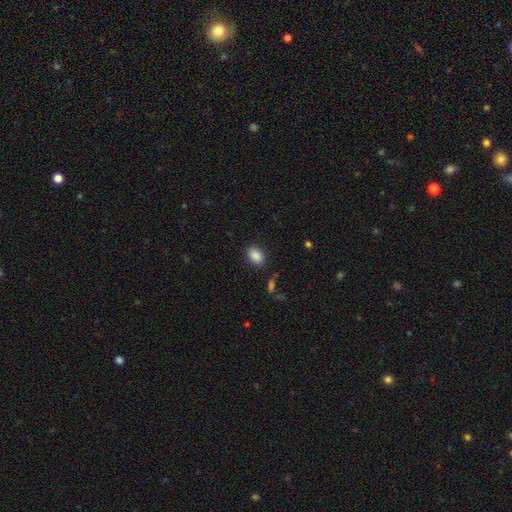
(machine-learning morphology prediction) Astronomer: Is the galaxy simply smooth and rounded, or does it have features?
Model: smooth — 88%.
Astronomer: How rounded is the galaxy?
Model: in between — 81%.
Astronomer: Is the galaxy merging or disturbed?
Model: none — 86%.